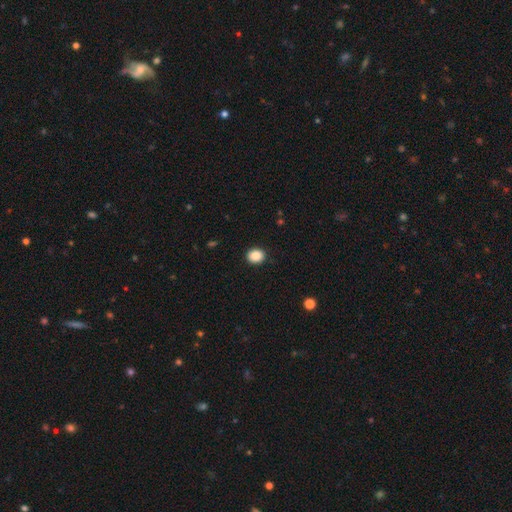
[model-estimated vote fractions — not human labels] The model was most divided on "how rounded": round: 64%, in between: 35%, cigar-shaped: 1%. More confident: merging — none (90%); smooth or featured — smooth (88%).